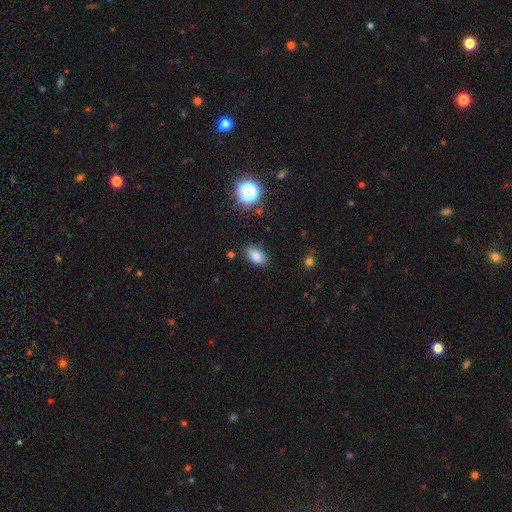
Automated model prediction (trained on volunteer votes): Smooth or featured: smooth — 81% (star or artifact — 12%)
How rounded: in between — 90% (round — 8%)
Merging: none — 85% (minor disturbance — 10%)